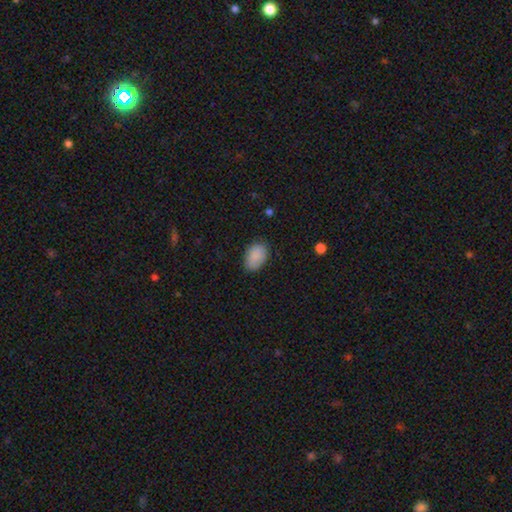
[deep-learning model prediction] A smooth galaxy with no disk features (88%) that is in between round and cigar-shaped (87%). Merging: none (80%).